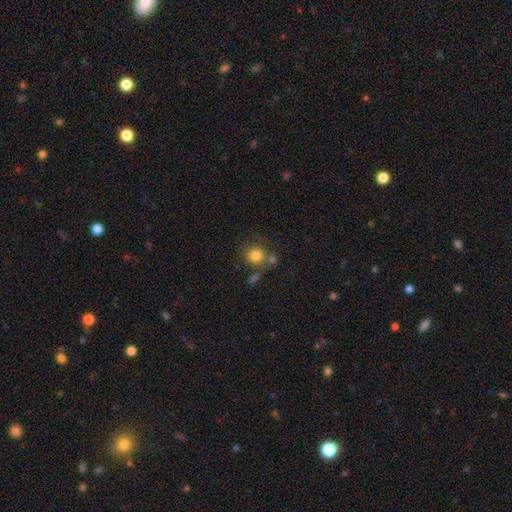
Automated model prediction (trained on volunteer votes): This is clearly a smooth galaxy (81%). How rounded: clearly round (88%). Merging: likely none (62%).